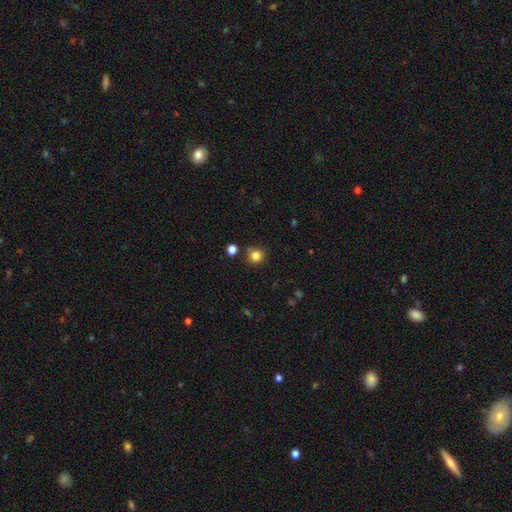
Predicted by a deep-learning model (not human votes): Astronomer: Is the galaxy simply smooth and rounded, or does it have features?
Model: smooth — 83%.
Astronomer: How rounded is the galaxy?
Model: round — 90%.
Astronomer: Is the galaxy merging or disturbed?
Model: none — 81%.